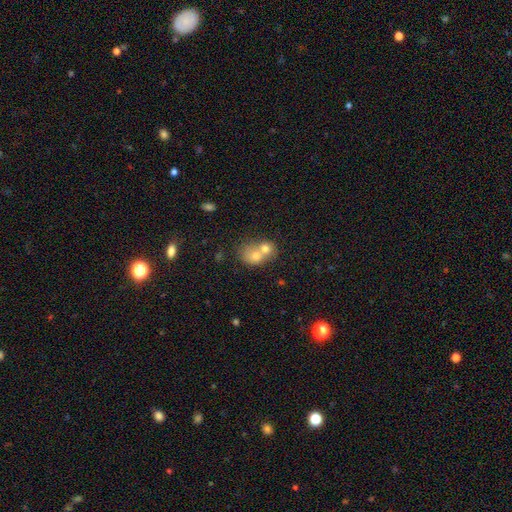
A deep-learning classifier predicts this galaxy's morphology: Smooth or featured: smooth — 69% (featured or disk — 21%)
How rounded: round — 57% (in between — 42%)
Merging: merger — 74% (none — 18%)